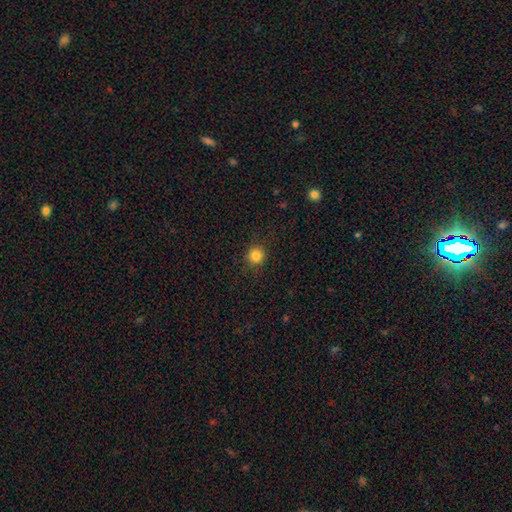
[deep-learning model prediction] Smooth or featured? smooth (83%)
How rounded? round (93%)
Merging? none (90%)